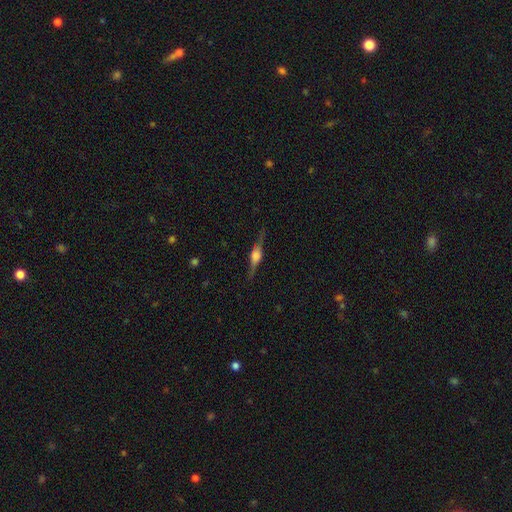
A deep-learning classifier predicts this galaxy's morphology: Smooth or featured: featured or disk — 81% (smooth — 13%)
Edge-on disk: yes — 98% (no — 2%)
Edge-on bulge: rounded — 84% (boxy — 14%)
Merging: none — 87% (minor disturbance — 10%)